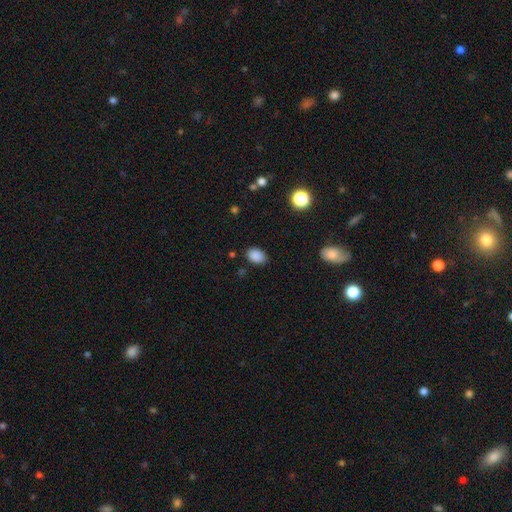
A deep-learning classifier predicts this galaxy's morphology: Smooth or featured: smooth — 86% (star or artifact — 10%)
How rounded: in between — 80% (round — 19%)
Merging: none — 83% (minor disturbance — 13%)